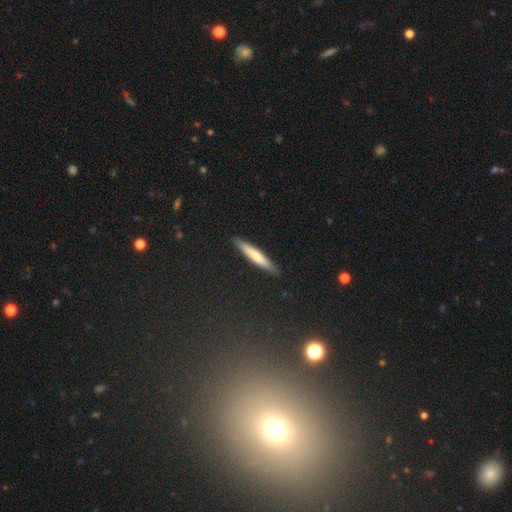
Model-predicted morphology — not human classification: smooth-or-featured: smooth: 63% | featured or disk: 30% | star or artifact: 6%
  how-rounded: cigar-shaped: 93% | in between: 6% | round: 1%
  merging: none: 89% | minor disturbance: 8% | major disturbance: 2% | merger: 1%